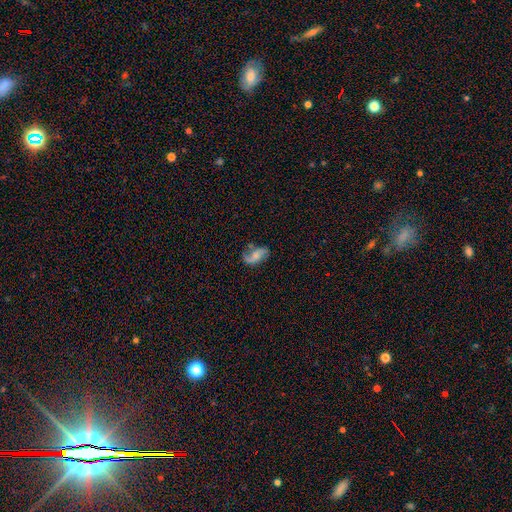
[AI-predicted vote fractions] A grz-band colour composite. It shows a featured or disk galaxy (63%) with no bar (58%), 2 (80%) loose (61%) spiral arms (89%) and a small central bulge (43%). Merging: none (55%).